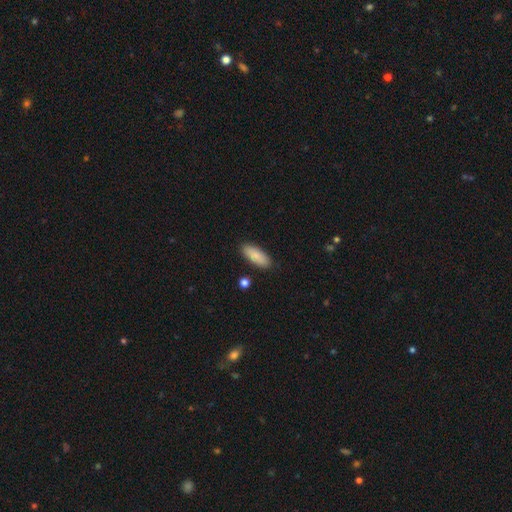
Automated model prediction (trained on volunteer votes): Morphology: type=smooth (87%); roundness=in between (76%); merging=none (88%).